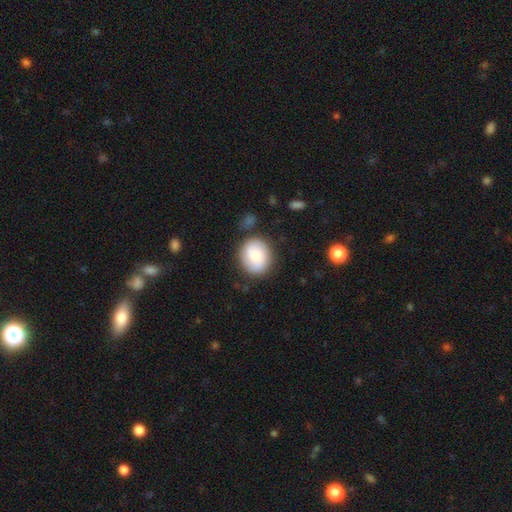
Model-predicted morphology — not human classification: Smooth or featured: smooth — 68% (featured or disk — 24%)
How rounded: round — 79% (in between — 20%)
Merging: none — 81% (minor disturbance — 12%)